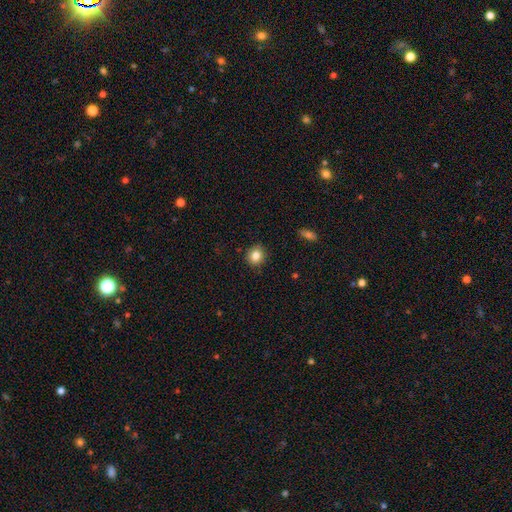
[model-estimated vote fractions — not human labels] The model was most divided on "how rounded": round: 83%, in between: 16%, cigar-shaped: 1%. More confident: merging — none (89%); smooth or featured — smooth (84%).